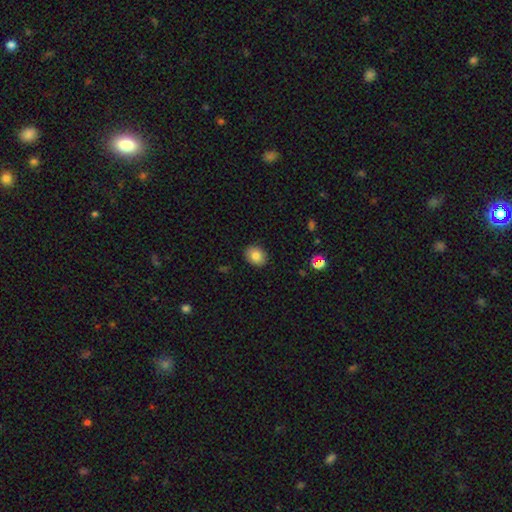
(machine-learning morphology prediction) The model was most divided on "how rounded": in between: 58%, round: 41%, cigar-shaped: 1%. More confident: merging — none (89%); smooth or featured — smooth (84%).